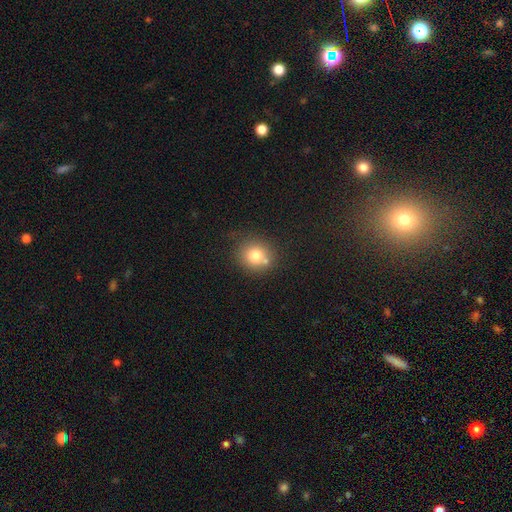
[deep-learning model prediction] Smooth or featured: smooth — 75% (featured or disk — 13%)
How rounded: round — 86% (in between — 13%)
Merging: none — 65% (merger — 19%)